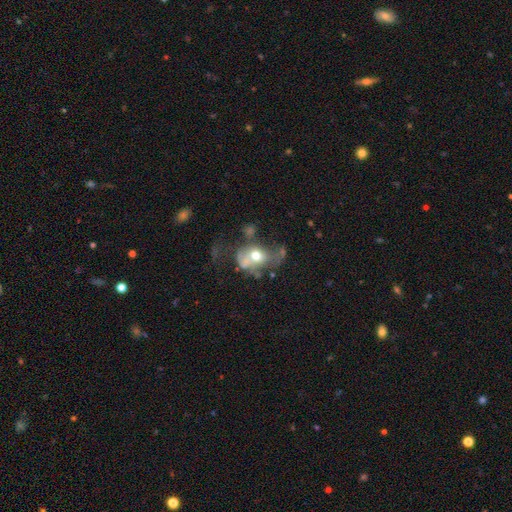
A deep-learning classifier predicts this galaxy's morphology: Smooth or featured?
  - smooth: 50% *
  - featured or disk: 39%
  - star or artifact: 11%
Merging?
  - major disturbance: 44% *
  - none: 20%
  - minor disturbance: 19%
  - merger: 17%